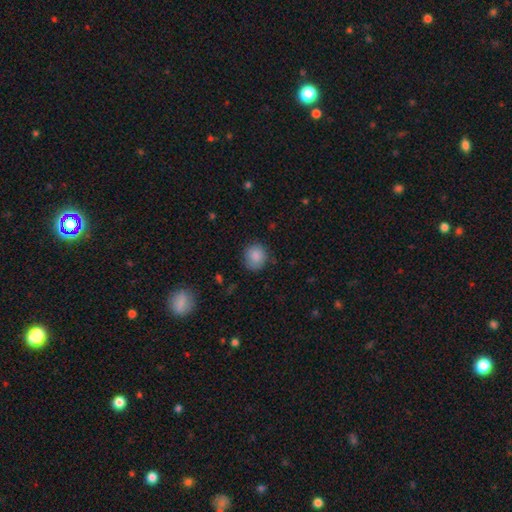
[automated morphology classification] The model was most divided on "merging": none: 80%, minor disturbance: 15%, major disturbance: 4%, merger: 1%. More confident: smooth or featured — smooth (87%); how rounded — round (86%).